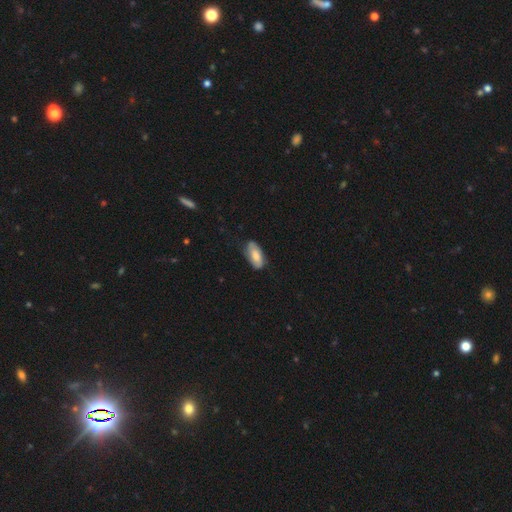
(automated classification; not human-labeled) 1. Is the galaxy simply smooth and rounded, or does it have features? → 75% smooth, 19% featured or disk, 6% star or artifact.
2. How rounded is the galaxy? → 89% in between, 9% cigar-shaped, 2% round.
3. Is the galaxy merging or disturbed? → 71% none, 24% minor disturbance, 4% major disturbance, 1% merger.